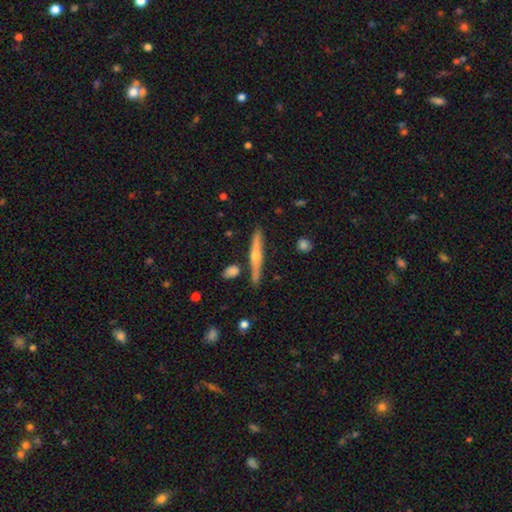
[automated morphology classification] smooth_or_featured: featured or disk (p=0.67) [alt: smooth p=0.27]
disk_edge_on: yes (p=0.97) [alt: no p=0.03]
edge_on_bulge: rounded (p=0.88) [alt: none p=0.08]
merging: none (p=0.85) [alt: minor disturbance p=0.09]